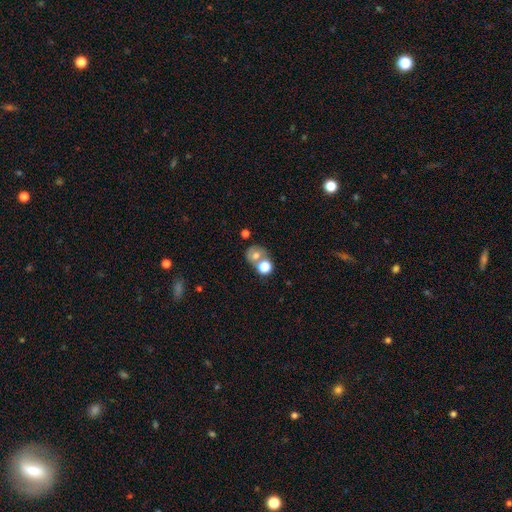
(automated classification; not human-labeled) smooth 62%, featured or disk 24%, star or artifact 14%. Down the decision tree: how rounded — round (70%); merging — merger (43%).